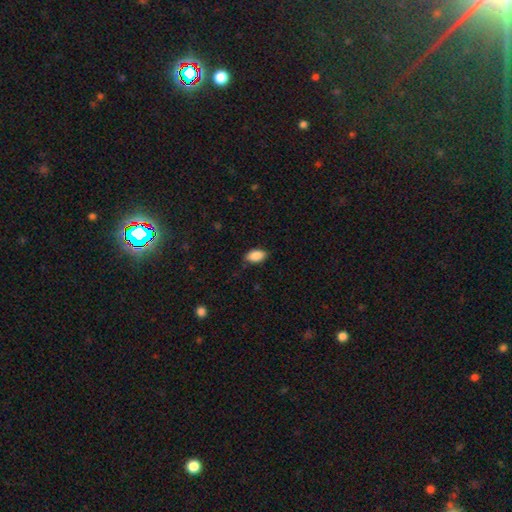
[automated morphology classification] Smooth or featured: smooth — 88% (star or artifact — 7%)
How rounded: in between — 92% (round — 5%)
Merging: none — 81% (minor disturbance — 15%)